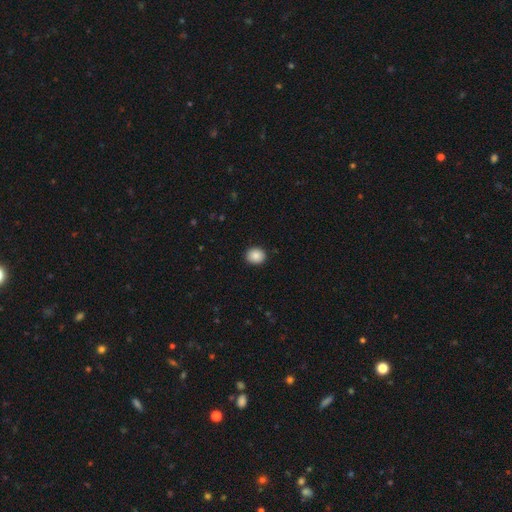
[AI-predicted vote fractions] Morphology: type=smooth (88%); roundness=round (73%); merging=none (90%).